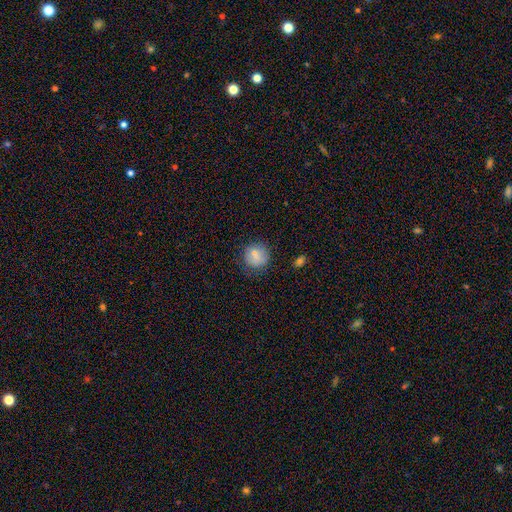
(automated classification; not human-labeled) This is likely a smooth galaxy (76%). How rounded: clearly round (90%). Merging: likely none (78%).